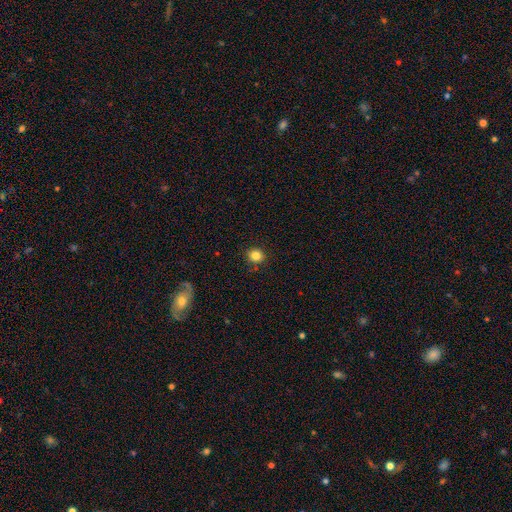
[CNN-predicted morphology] smooth_or_featured: smooth (p=0.83) [alt: star or artifact p=0.12]
how_rounded: round (p=0.83) [alt: in between p=0.16]
merging: none (p=0.89) [alt: minor disturbance p=0.08]